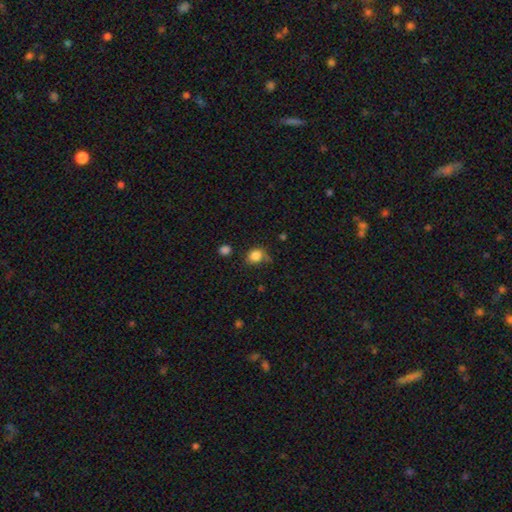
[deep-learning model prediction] smooth 85%, star or artifact 10%, featured or disk 5%. Down the decision tree: how rounded — round (58%); merging — none (64%).